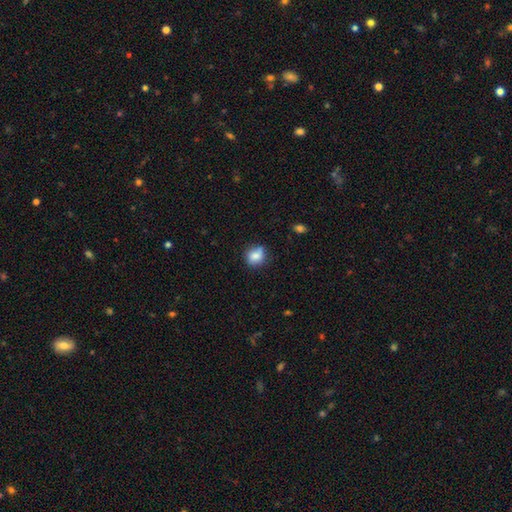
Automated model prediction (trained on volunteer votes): A smooth galaxy with no disk features (81%) that is round (76%).

Vote fractions:
- Smooth or featured? smooth: 81% / featured or disk: 10% / star or artifact: 10%
- How rounded? round: 76% / in between: 23% / cigar-shaped: 1%
- Merging? none: 64% / minor disturbance: 23% / merger: 8% / major disturbance: 5%